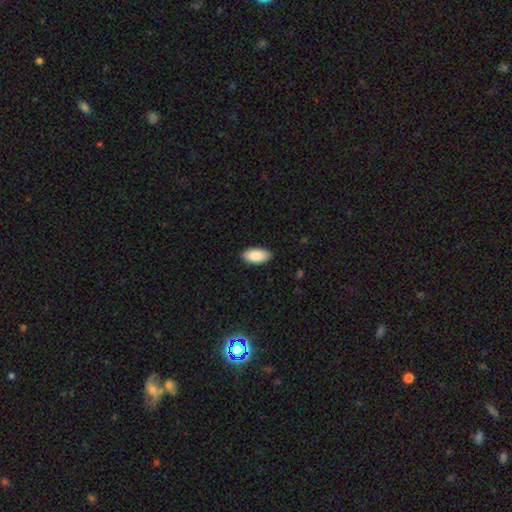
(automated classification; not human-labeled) Smooth or featured? smooth (90%)
How rounded? in between (94%)
Merging? none (87%)